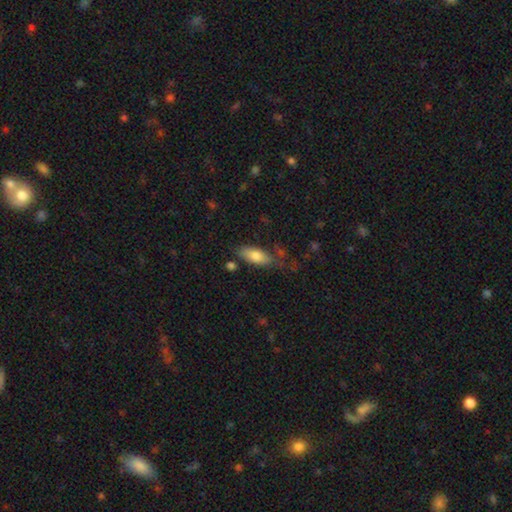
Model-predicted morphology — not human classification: This appears to be a smooth galaxy with no disk features (77%) that is in between round and cigar-shaped (81%). Merging: none (63%).